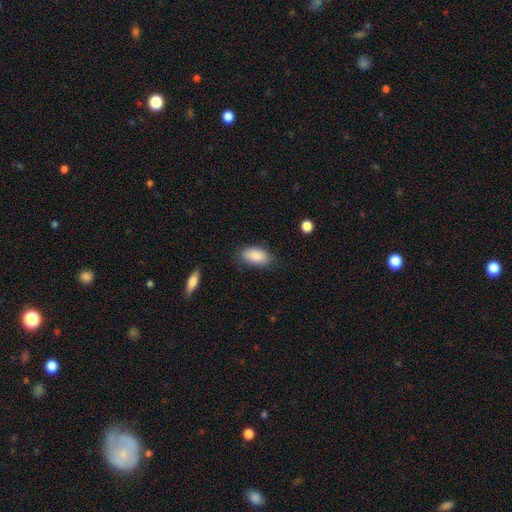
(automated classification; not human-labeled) Smooth or featured?
  - smooth: 88% *
  - star or artifact: 7%
  - featured or disk: 6%
How rounded?
  - in between: 93% *
  - round: 4%
  - cigar-shaped: 3%
Merging?
  - none: 80% *
  - minor disturbance: 15%
  - major disturbance: 4%
  - merger: 1%